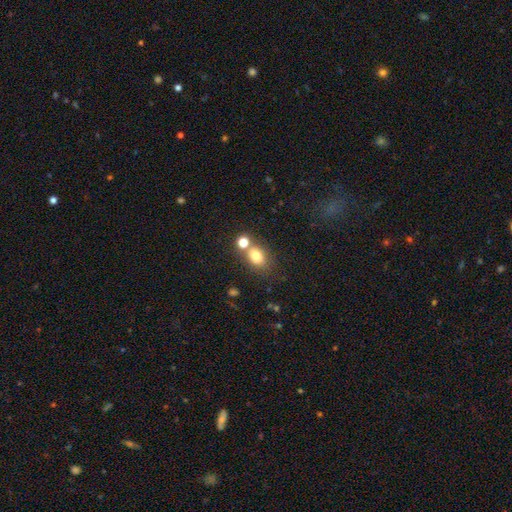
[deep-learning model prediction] Smooth or featured? smooth (77%)
How rounded? in between (59%)
Merging? none (57%)